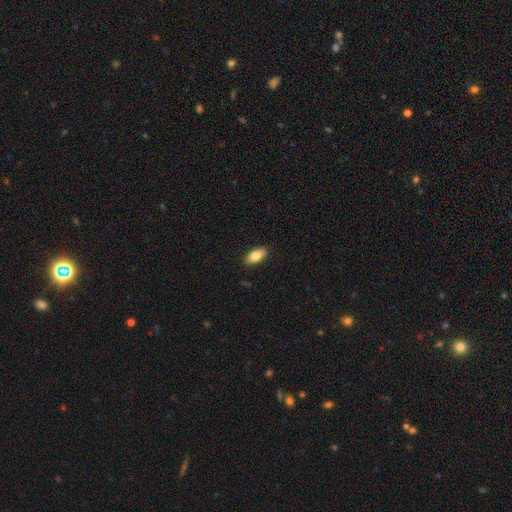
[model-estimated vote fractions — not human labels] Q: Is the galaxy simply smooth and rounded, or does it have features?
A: smooth — 82%.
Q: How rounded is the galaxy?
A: in between — 91%.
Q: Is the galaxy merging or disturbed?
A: none — 89%.